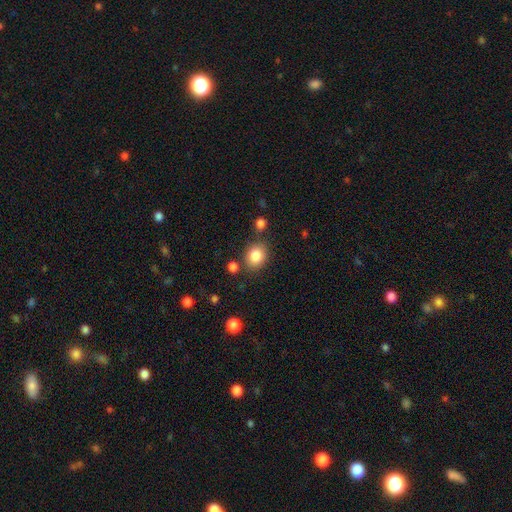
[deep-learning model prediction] Smooth or featured?
  - smooth: 85% *
  - star or artifact: 9%
  - featured or disk: 6%
How rounded?
  - round: 63% *
  - in between: 36%
  - cigar-shaped: 1%
Merging?
  - none: 78% *
  - minor disturbance: 11%
  - merger: 7%
  - major disturbance: 4%